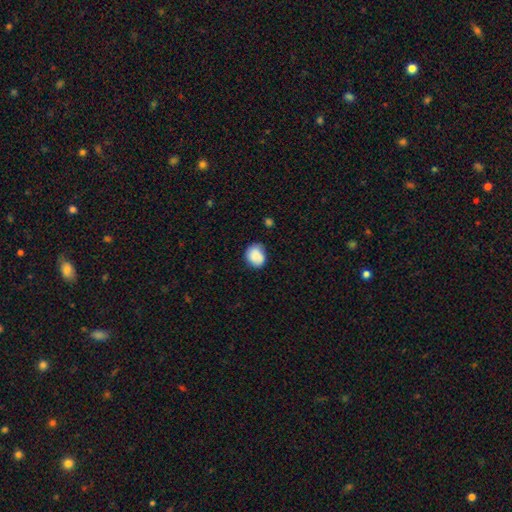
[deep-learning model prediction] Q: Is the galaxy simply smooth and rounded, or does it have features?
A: smooth — 83%.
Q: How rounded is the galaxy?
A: round — 66%.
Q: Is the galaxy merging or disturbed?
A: none — 66%.